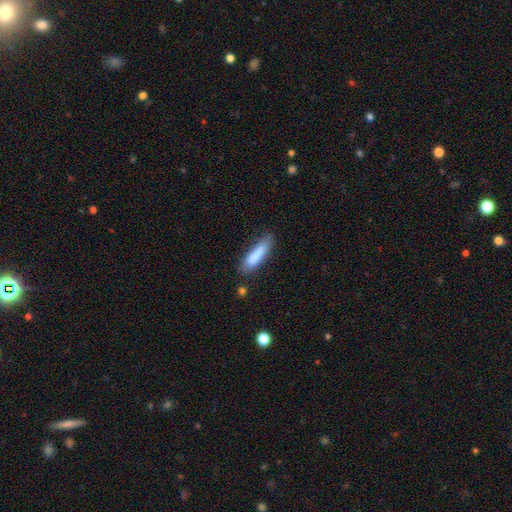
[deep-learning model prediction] Smooth or featured? Predicted: smooth (p=0.84). How rounded? Predicted: cigar-shaped (p=0.70). Merging? Predicted: none (p=0.72).